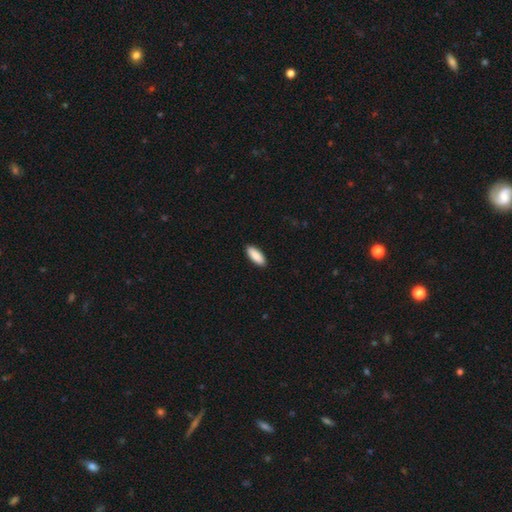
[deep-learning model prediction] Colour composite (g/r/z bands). It shows a smooth galaxy with no disk features (90%) that is in between round and cigar-shaped (71%). Merging: none (91%).